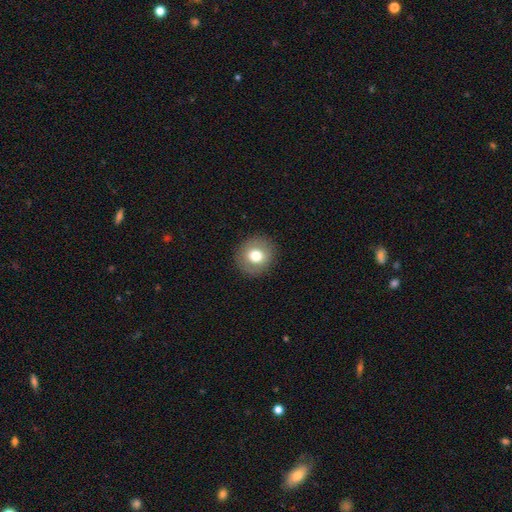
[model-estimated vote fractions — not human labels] smooth 74%, featured or disk 17%, star or artifact 9%. Down the decision tree: how rounded — round (88%); merging — none (90%).